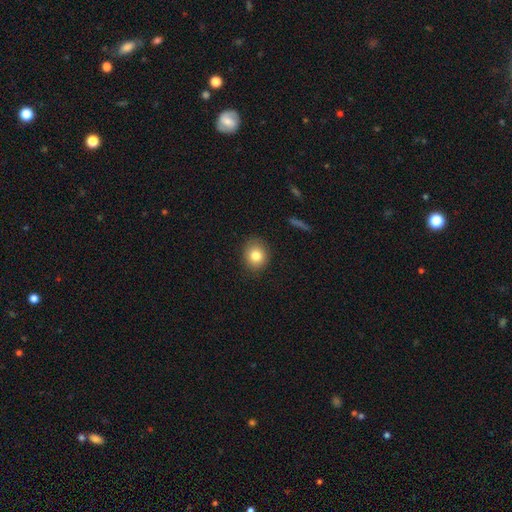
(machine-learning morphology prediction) smooth-or-featured: smooth: 81% | star or artifact: 10% | featured or disk: 9%
  how-rounded: round: 70% | in between: 29% | cigar-shaped: 1%
  merging: none: 86% | minor disturbance: 10% | major disturbance: 2% | merger: 1%